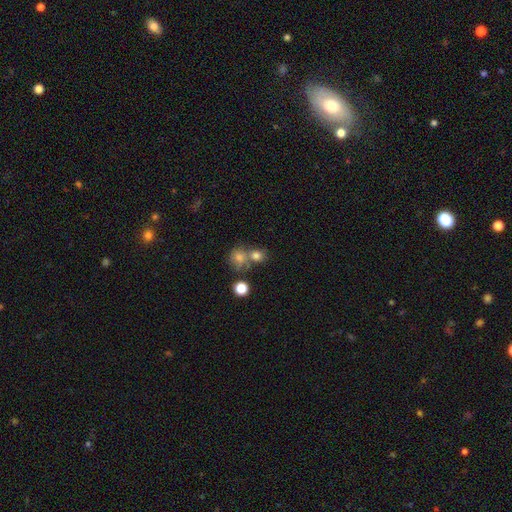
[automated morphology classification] This is likely a smooth galaxy (73%). How rounded: likely round (76%). Merging: possibly none (46%).